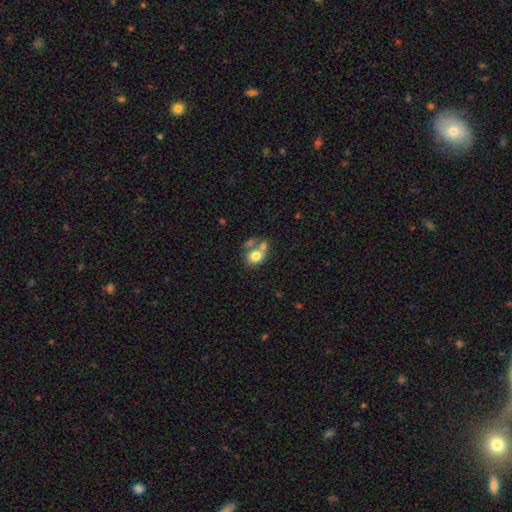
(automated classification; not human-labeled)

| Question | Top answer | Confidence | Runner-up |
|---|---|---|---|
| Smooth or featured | smooth | 74% | featured or disk (17%) |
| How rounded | in between | 50% | round (49%) |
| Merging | merger | 44% | none (37%) |